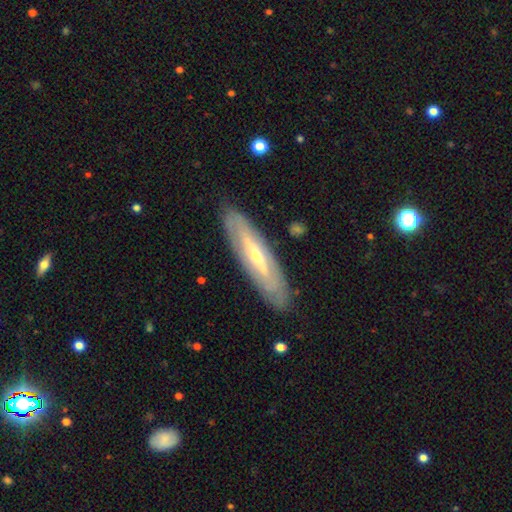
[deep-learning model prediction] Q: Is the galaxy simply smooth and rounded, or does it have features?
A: featured or disk — 74%.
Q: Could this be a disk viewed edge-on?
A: no — 57%.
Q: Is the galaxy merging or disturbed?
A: none — 87%.